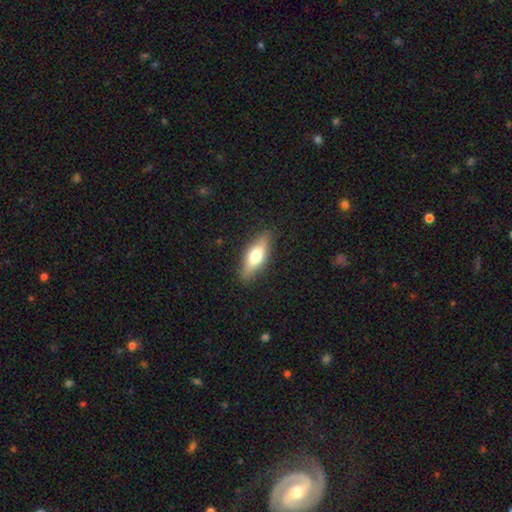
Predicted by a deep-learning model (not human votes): smooth_or_featured: smooth (p=0.62) [alt: featured or disk p=0.31]
how_rounded: in between (p=0.59) [alt: cigar-shaped p=0.38]
merging: none (p=0.86) [alt: minor disturbance p=0.11]